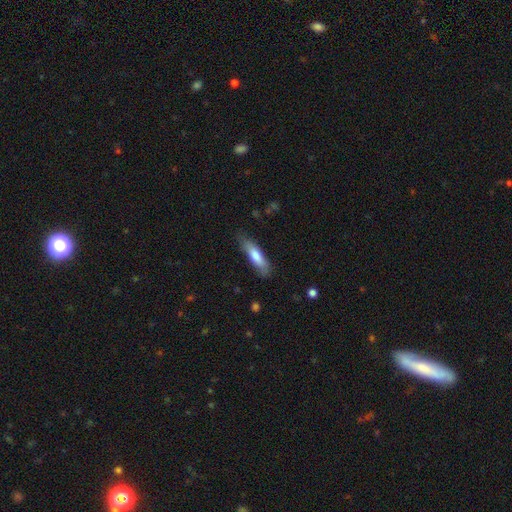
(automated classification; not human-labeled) smooth 74%, featured or disk 21%, star or artifact 6%. Down the decision tree: how rounded — cigar-shaped (68%); merging — none (74%).